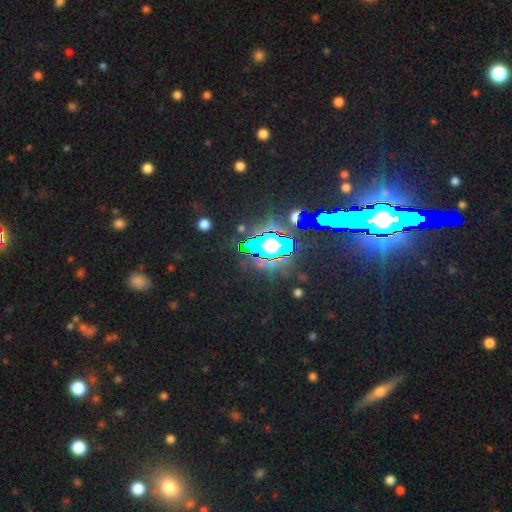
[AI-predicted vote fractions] A star or artifact, not a galaxy (84%).

Vote fractions:
- Smooth or featured? star or artifact: 84% / featured or disk: 8% / smooth: 8%